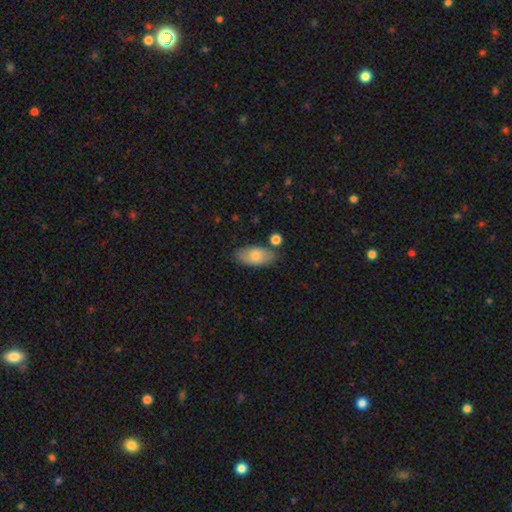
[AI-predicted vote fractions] Smooth or featured? smooth (77%)
How rounded? in between (92%)
Merging? none (76%)